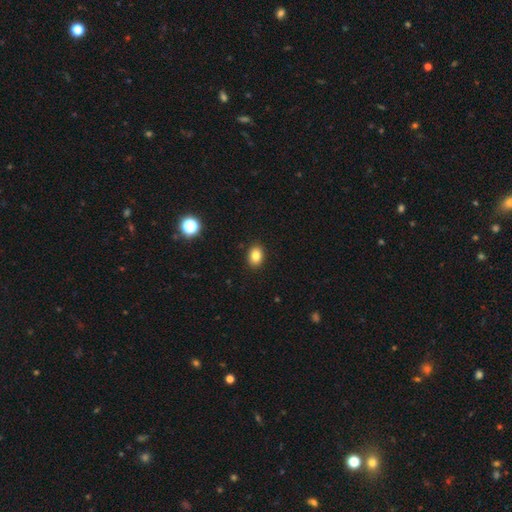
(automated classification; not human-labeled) Q: Smooth or featured?
A: smooth (83%); runner-up: star or artifact (10%)
Q: How rounded?
A: in between (72%); runner-up: round (27%)
Q: Merging?
A: none (90%); runner-up: minor disturbance (7%)